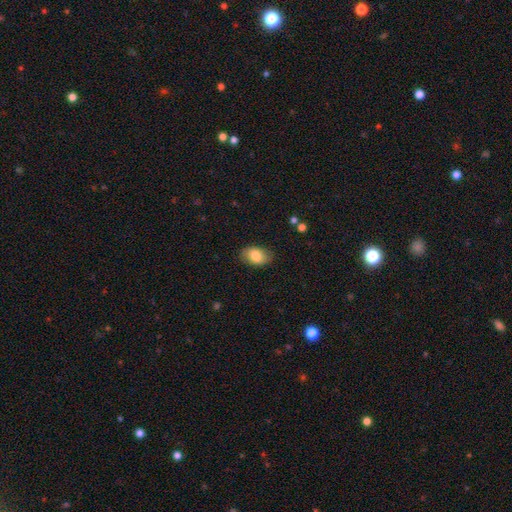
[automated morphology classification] Smooth or featured?
  - smooth: 82% *
  - featured or disk: 11%
  - star or artifact: 7%
How rounded?
  - in between: 89% *
  - round: 10%
  - cigar-shaped: 1%
Merging?
  - none: 82% *
  - minor disturbance: 13%
  - major disturbance: 3%
  - merger: 1%